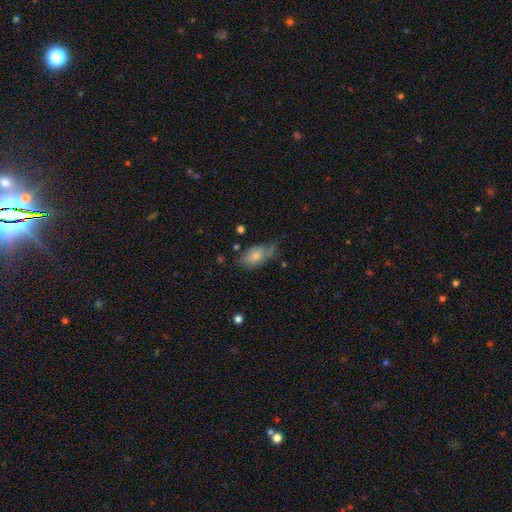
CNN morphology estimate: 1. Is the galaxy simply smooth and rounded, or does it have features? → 72% smooth, 20% featured or disk, 7% star or artifact.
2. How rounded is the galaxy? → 91% in between, 5% round, 3% cigar-shaped.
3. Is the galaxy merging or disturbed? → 43% none, 38% minor disturbance, 15% major disturbance, 4% merger.